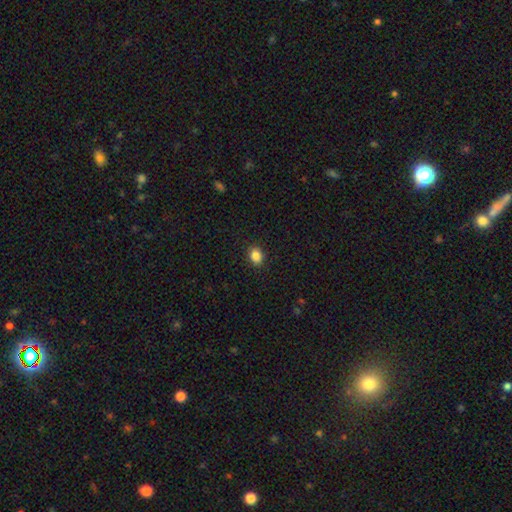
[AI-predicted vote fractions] Overall: smooth (86%). How rounded: in between (59%; round 40%). Merging: none (90%).